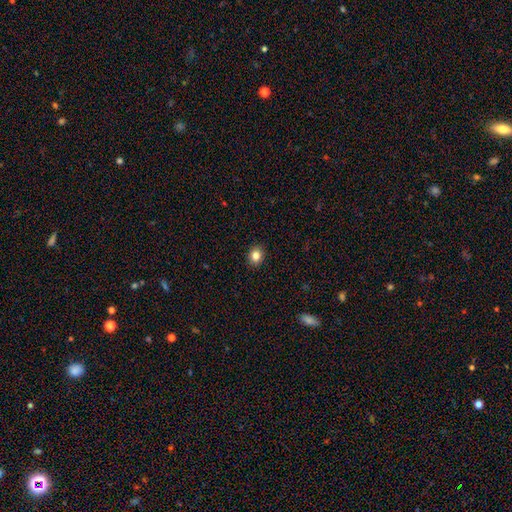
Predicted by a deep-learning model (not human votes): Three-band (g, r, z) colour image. It shows a smooth galaxy with no disk features (83%) that is round (62%). Merging: none (91%).